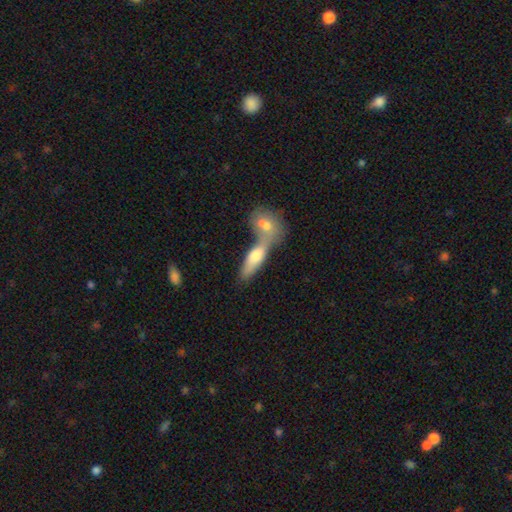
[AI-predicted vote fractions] smooth-or-featured: smooth: 68% | featured or disk: 26% | star or artifact: 6%
  how-rounded: in between: 60% | cigar-shaped: 36% | round: 5%
  merging: merger: 59% | none: 29% | minor disturbance: 8% | major disturbance: 5%